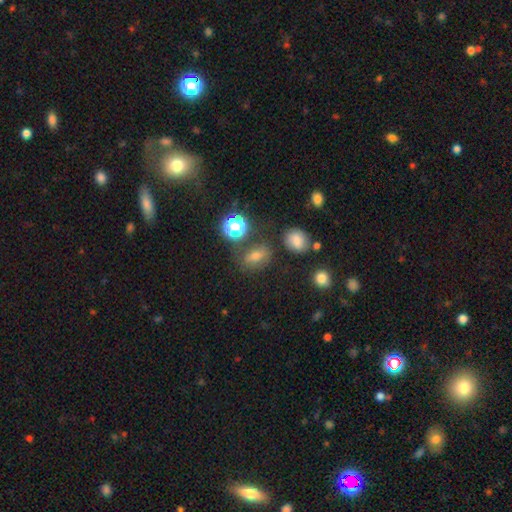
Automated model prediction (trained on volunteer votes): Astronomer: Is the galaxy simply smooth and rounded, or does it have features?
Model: smooth — 60%.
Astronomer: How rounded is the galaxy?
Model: in between — 68%.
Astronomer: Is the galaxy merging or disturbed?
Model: none — 73%.